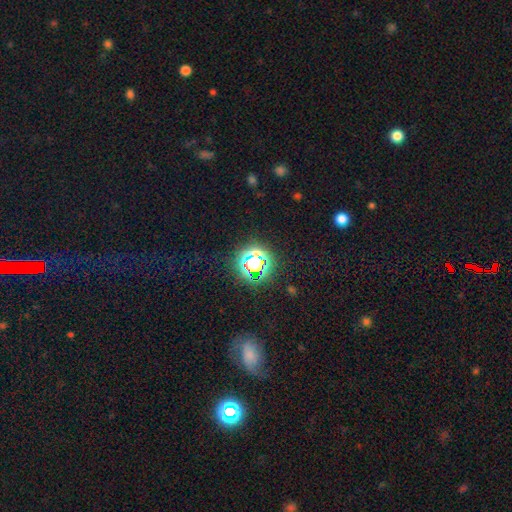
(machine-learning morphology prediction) smooth_or_featured: star or artifact (p=0.69) [alt: smooth p=0.21]